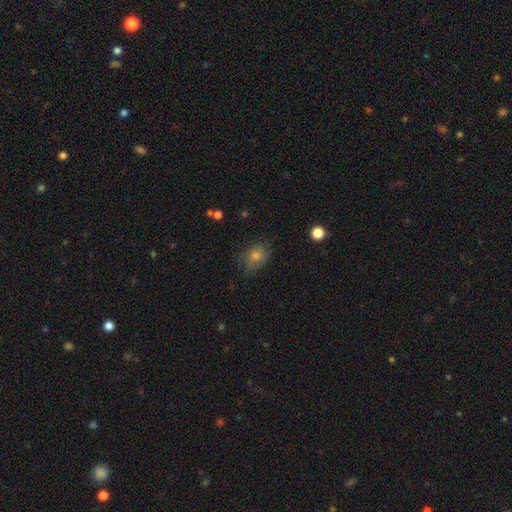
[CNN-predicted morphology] Smooth or featured: smooth — 61% (featured or disk — 21%)
How rounded: in between — 61% (round — 38%)
Merging: none — 75% (minor disturbance — 18%)